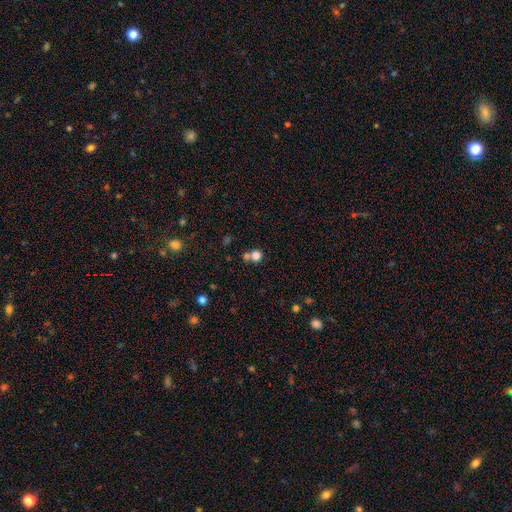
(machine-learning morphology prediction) Smooth or featured? smooth (78%)
How rounded? round (88%)
Merging? none (53%)